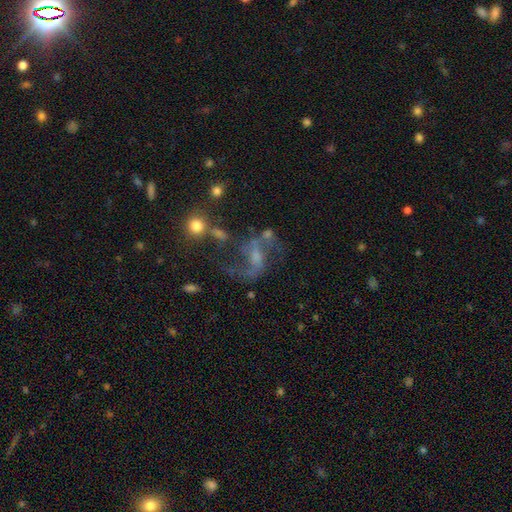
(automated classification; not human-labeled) This appears to be a featured or disk galaxy (77%) with a weak bar (47%), 2 (86%) loose (63%) spiral arms (89%) and a small central bulge (45%). Merging: none (50%).